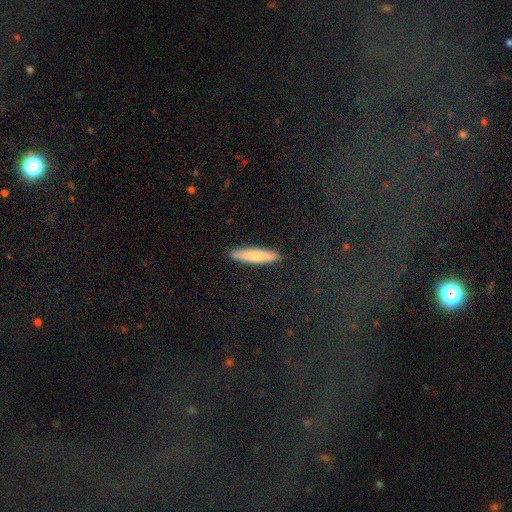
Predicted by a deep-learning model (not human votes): This is likely a smooth galaxy (74%). How rounded: clearly cigar-shaped (85%). Merging: clearly none (90%).